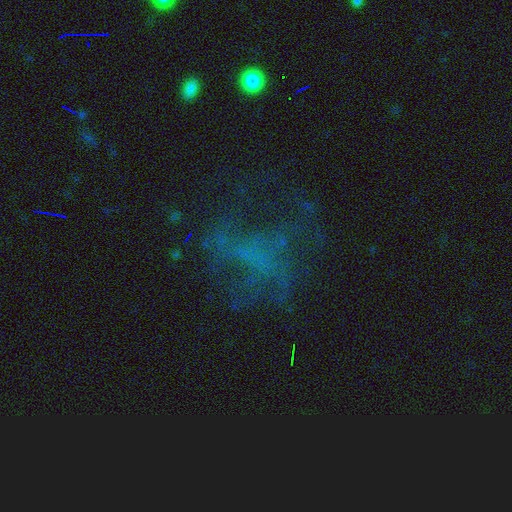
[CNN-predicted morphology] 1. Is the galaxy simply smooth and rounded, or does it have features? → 46% featured or disk, 34% star or artifact, 20% smooth.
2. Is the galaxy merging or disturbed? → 51% none, 32% major disturbance, 15% minor disturbance, 3% merger.